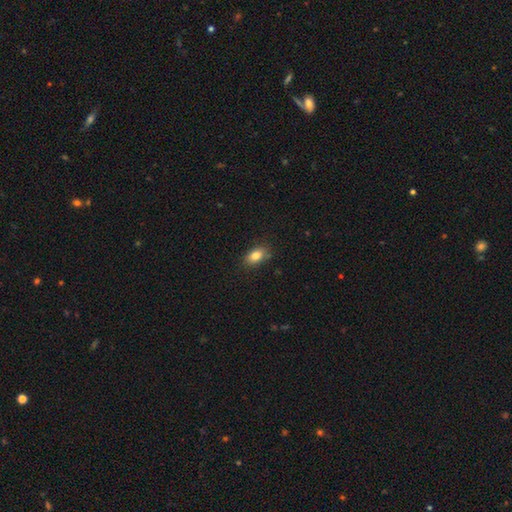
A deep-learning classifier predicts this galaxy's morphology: smooth_or_featured: smooth (p=0.82) [alt: star or artifact p=0.09]
how_rounded: in between (p=0.85) [alt: round p=0.13]
merging: none (p=0.82) [alt: minor disturbance p=0.13]